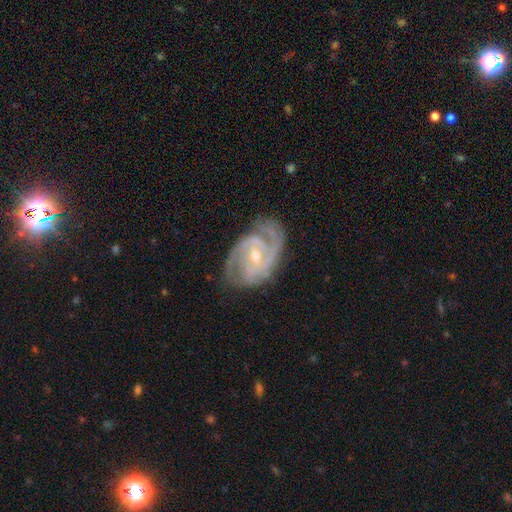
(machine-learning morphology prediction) This appears to be a featured or disk galaxy (91%) with no bar (43%), 2 (47%) tight (56%) spiral arms (98%) and a small central bulge (51%). Merging: none (73%).